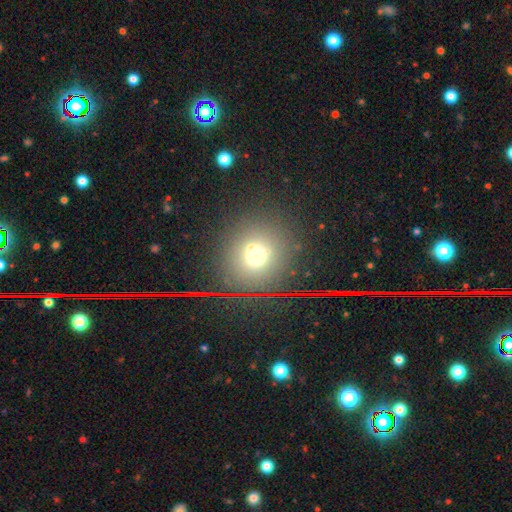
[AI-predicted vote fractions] This is possibly a smooth galaxy (59%). How rounded: clearly round (82%). Merging: likely none (80%).